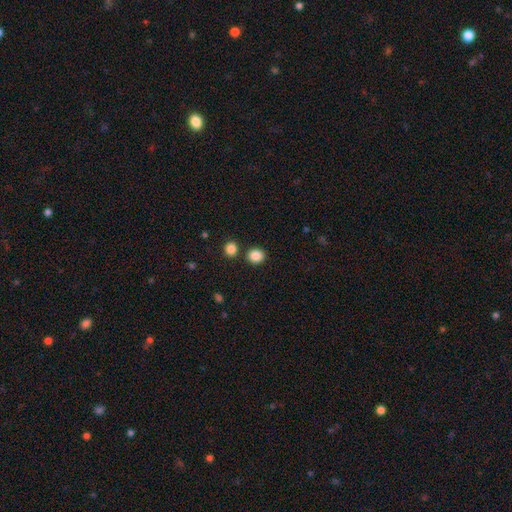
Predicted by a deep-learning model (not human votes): A smooth galaxy with no disk features (86%) that is round (77%). Merging: none (83%).